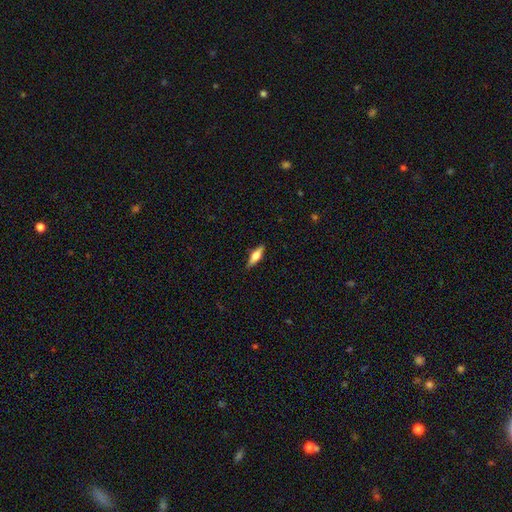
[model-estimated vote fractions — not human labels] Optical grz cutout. It shows a smooth galaxy with no disk features (55%) that is cigar-shaped (51%). Merging: none (87%).